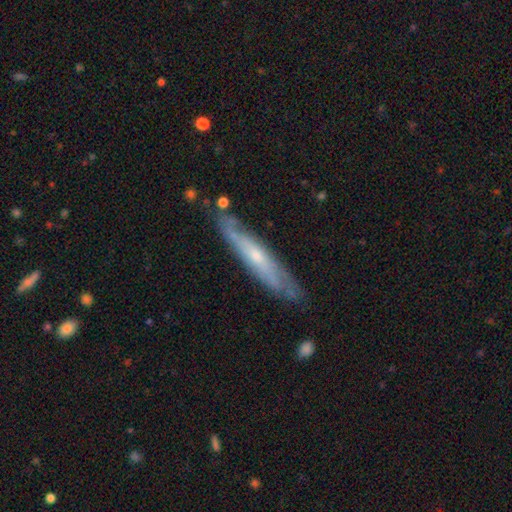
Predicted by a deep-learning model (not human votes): Smooth or featured? featured or disk (63%)
Edge-on disk? yes (70%)
Merging? none (77%)